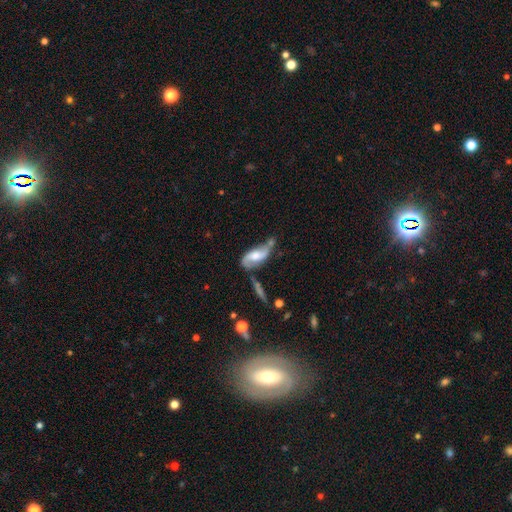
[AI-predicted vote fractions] Morphology: type=featured or disk (69%); edge-on=no (91%); bar=no (44%); spiral arms=yes (89%); winding=loose (65%); arm count=2 (86%); bulge=moderate (49%); merging=none (38%).